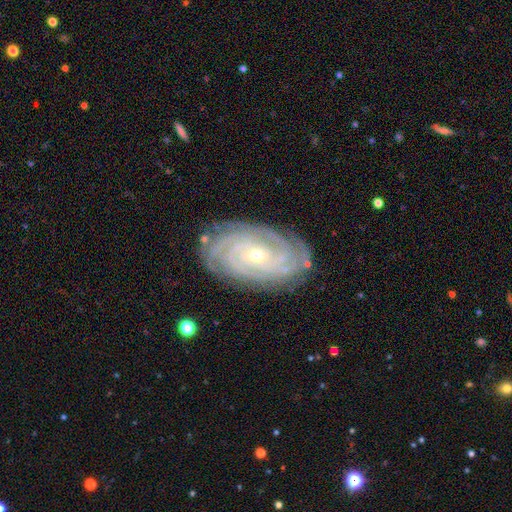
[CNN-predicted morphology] Smooth or featured: featured or disk — 91% (star or artifact — 5%)
Edge-on disk: no — 96% (yes — 4%)
Bar: no — 68% (weak — 23%)
Spiral arms: yes — 98% (no — 2%)
Spiral winding: tight — 85% (medium — 13%)
Spiral arm count: 4 — 30% (more than 4 — 20%)
Bulge size: small — 74% (moderate — 23%)
Merging: none — 83% (minor disturbance — 13%)